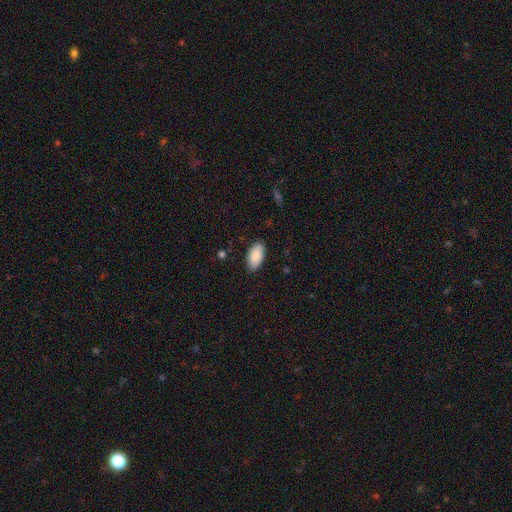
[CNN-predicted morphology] smooth 89%, star or artifact 6%, featured or disk 5%. Down the decision tree: how rounded — in between (95%); merging — none (86%).